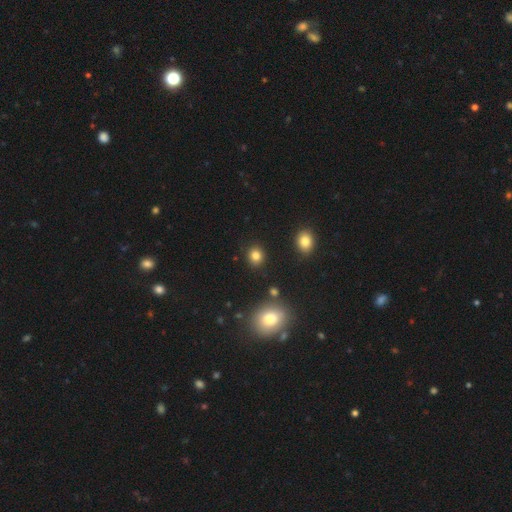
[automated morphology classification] This is clearly a smooth galaxy (83%). How rounded: likely round (78%). Merging: clearly none (89%).